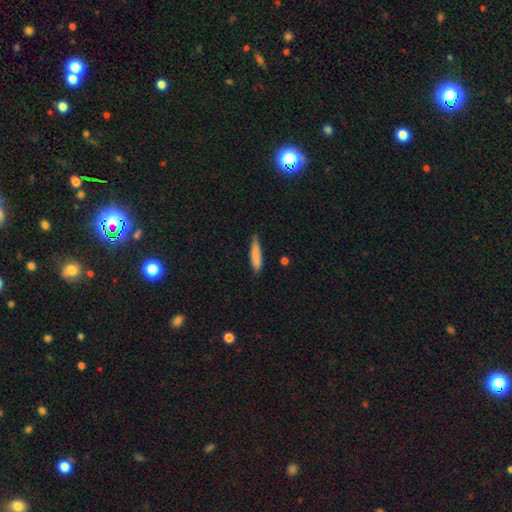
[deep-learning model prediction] Smooth or featured: smooth — 82% (featured or disk — 12%)
How rounded: cigar-shaped — 83% (in between — 15%)
Merging: none — 74% (minor disturbance — 21%)